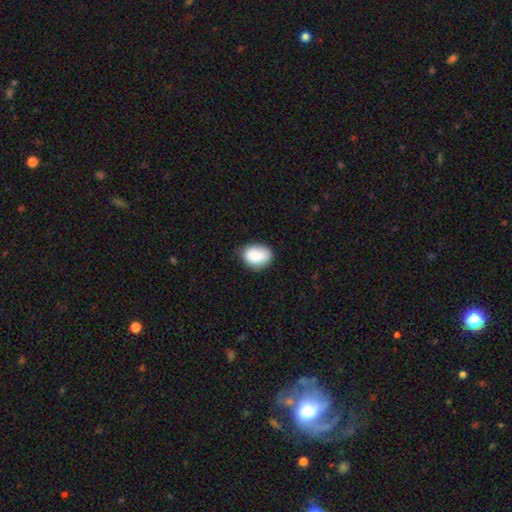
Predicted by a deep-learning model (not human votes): smooth 85%, featured or disk 8%, star or artifact 7%. Down the decision tree: how rounded — in between (71%); merging — none (75%).